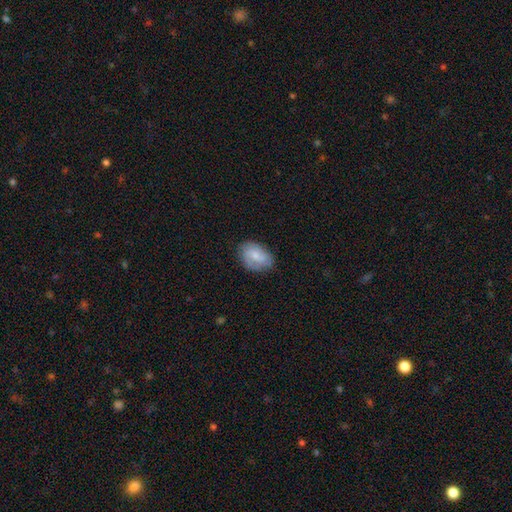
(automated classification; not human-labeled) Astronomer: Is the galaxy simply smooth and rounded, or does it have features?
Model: smooth — 51% (runner-up: featured or disk, 43%).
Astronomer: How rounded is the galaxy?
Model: in between — 79%.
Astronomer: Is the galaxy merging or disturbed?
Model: none — 73%.